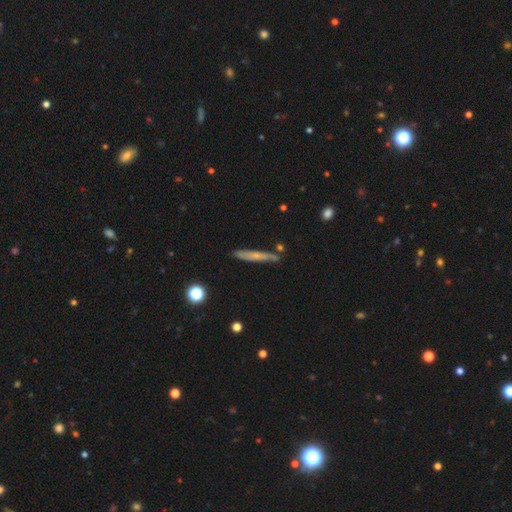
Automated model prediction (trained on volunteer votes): smooth_or_featured: smooth (p=0.55) [alt: featured or disk p=0.37]
how_rounded: cigar-shaped (p=0.93) [alt: in between p=0.05]
merging: none (p=0.78) [alt: minor disturbance p=0.14]